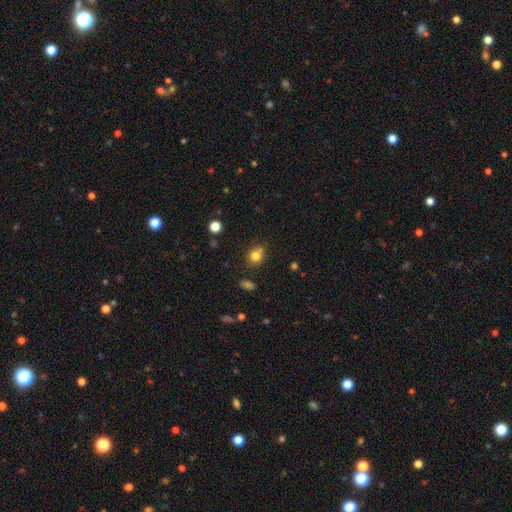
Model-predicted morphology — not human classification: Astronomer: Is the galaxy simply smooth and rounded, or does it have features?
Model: smooth — 78%.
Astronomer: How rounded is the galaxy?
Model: round — 76%.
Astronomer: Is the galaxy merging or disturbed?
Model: none — 67%.